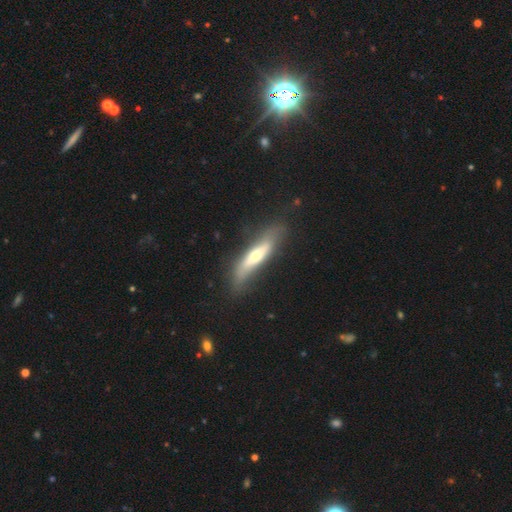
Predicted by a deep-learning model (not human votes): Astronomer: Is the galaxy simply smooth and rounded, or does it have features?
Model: featured or disk — 51% (runner-up: smooth, 43%).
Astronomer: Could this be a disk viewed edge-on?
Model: yes — 69%.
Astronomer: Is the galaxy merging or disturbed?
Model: none — 68%.